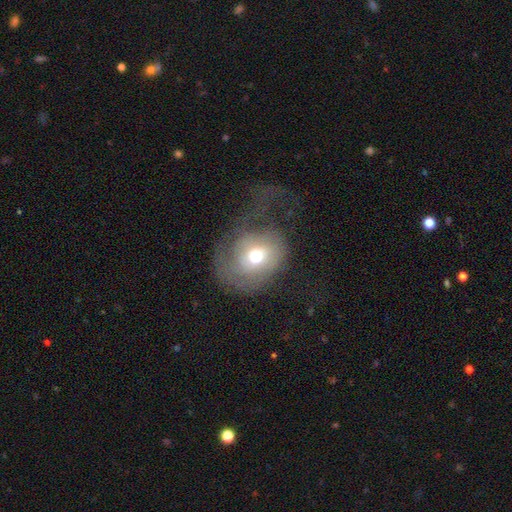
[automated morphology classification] This appears to be a featured or disk galaxy (47%). Merging: major disturbance (53%).